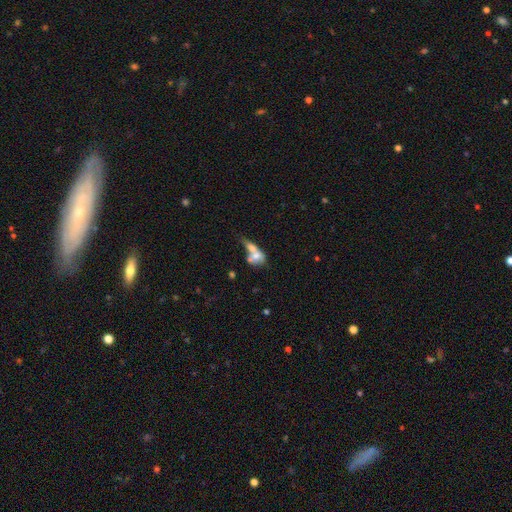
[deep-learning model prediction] This appears to be a smooth galaxy with no disk features (57%) that is in between round and cigar-shaped (66%). Merging: merger (67%).